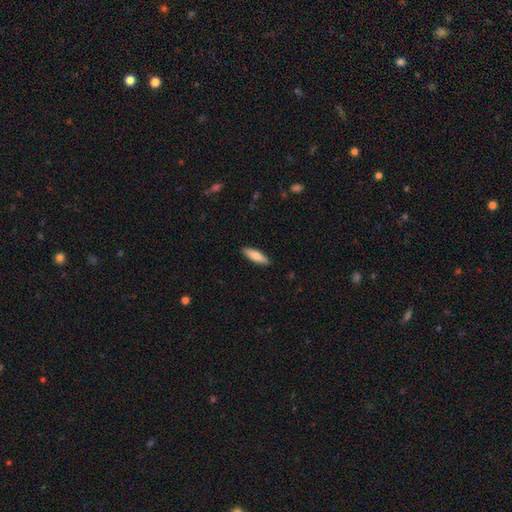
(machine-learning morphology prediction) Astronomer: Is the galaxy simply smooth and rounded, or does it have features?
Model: smooth — 79%.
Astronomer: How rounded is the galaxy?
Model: cigar-shaped — 60% (runner-up: in between, 39%).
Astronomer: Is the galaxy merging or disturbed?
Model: none — 89%.